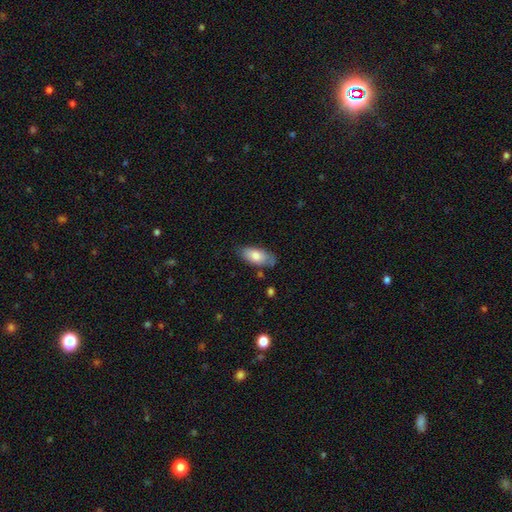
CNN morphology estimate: A smooth galaxy with no disk features (77%) that is in between round and cigar-shaped (90%).

Vote fractions:
- Smooth or featured? smooth: 77% / featured or disk: 17% / star or artifact: 6%
- How rounded? in between: 90% / cigar-shaped: 8% / round: 2%
- Merging? none: 69% / minor disturbance: 23% / major disturbance: 5% / merger: 3%